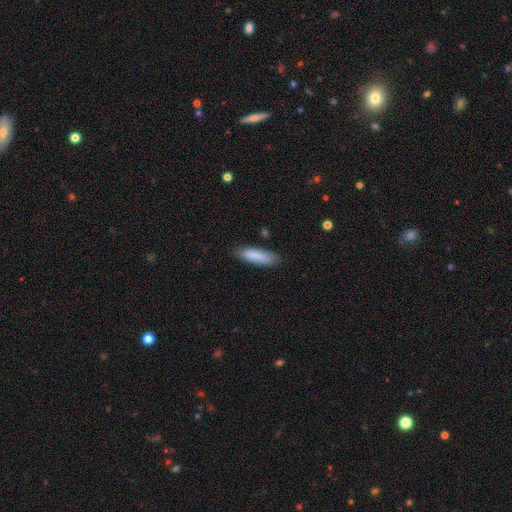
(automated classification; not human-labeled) This appears to be a smooth galaxy with no disk features (86%) that is cigar-shaped (63%). Merging: none (82%).